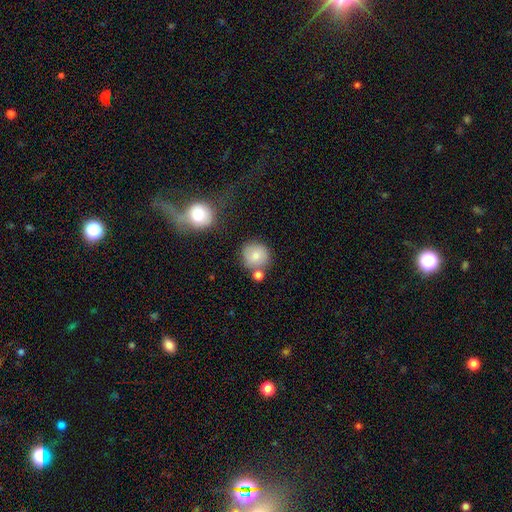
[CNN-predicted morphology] A smooth galaxy with no disk features (80%) that is round (91%).

Vote fractions:
- Smooth or featured? smooth: 80% / featured or disk: 11% / star or artifact: 9%
- How rounded? round: 91% / in between: 9% / cigar-shaped: 1%
- Merging? none: 70% / merger: 14% / minor disturbance: 12% / major disturbance: 4%